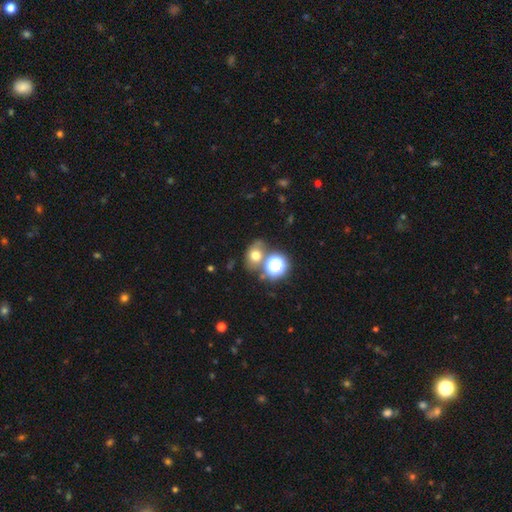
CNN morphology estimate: The model was most divided on "how rounded": in between: 51%, round: 48%, cigar-shaped: 1%. More confident: smooth or featured — smooth (64%); merging — none (62%).